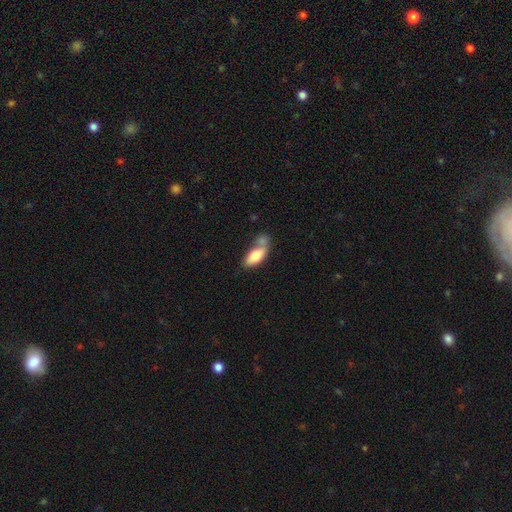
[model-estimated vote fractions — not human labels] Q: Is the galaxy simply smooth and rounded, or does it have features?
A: smooth — 74%.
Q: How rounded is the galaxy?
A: in between — 85%.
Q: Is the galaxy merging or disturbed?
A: merger — 38%.